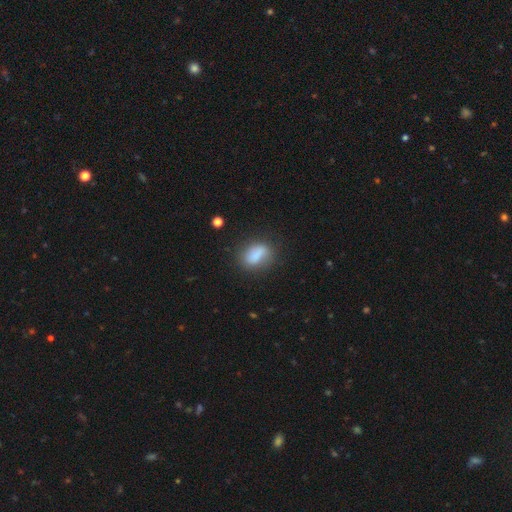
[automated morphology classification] Smooth or featured: smooth — 79% (featured or disk — 13%)
How rounded: in between — 78% (round — 16%)
Merging: none — 69% (minor disturbance — 20%)